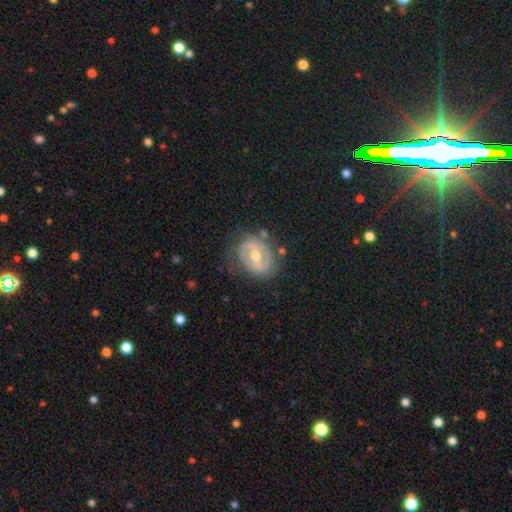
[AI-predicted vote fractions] Q: Smooth or featured?
A: featured or disk (73%); runner-up: smooth (21%)
Q: Edge-on disk?
A: no (96%); runner-up: yes (4%)
Q: Bar?
A: weak (40%); runner-up: strong (39%)
Q: Spiral arms?
A: yes (52%); runner-up: no (48%)
Q: Bulge size?
A: moderate (73%); runner-up: small (20%)
Q: Merging?
A: none (75%); runner-up: minor disturbance (17%)